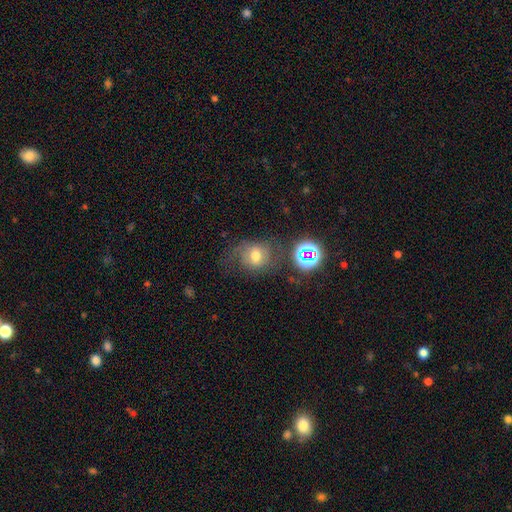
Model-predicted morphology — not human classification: The model was most divided on "merging": none: 48%, minor disturbance: 23%, major disturbance: 21%, merger: 7%. More confident: how rounded — round (67%); smooth or featured — smooth (56%).